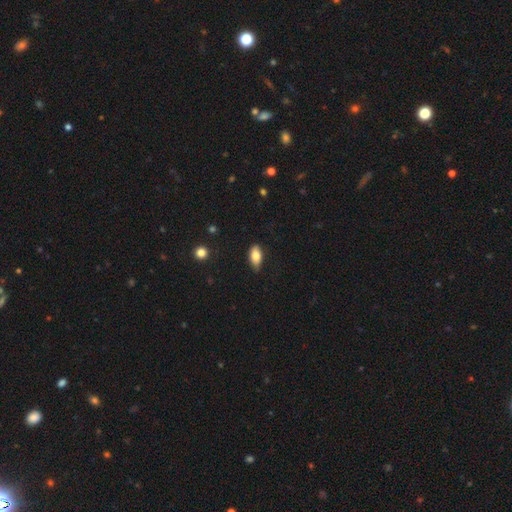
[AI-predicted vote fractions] smooth_or_featured: smooth (p=0.79) [alt: featured or disk p=0.14]
how_rounded: in between (p=0.89) [alt: cigar-shaped p=0.07]
merging: none (p=0.77) [alt: minor disturbance p=0.18]